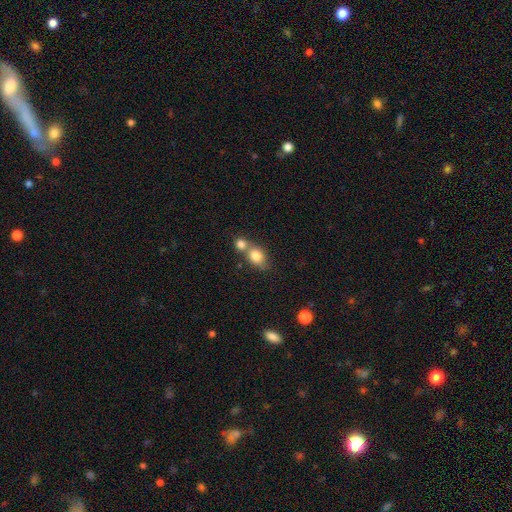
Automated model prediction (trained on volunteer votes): smooth 80%, featured or disk 11%, star or artifact 9%. Down the decision tree: how rounded — round (49%, tied with in between); merging — merger (56%).